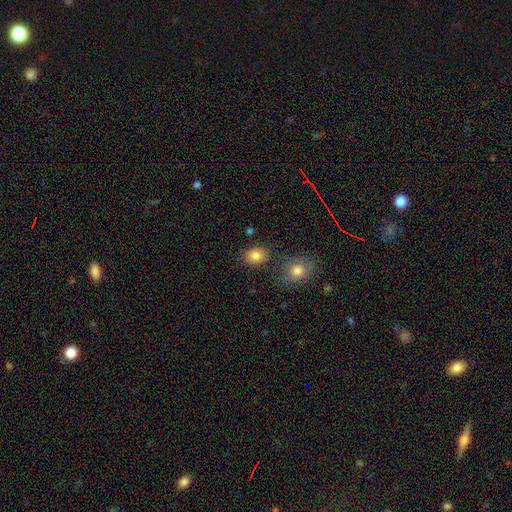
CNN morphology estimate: This appears to be a smooth galaxy with no disk features (83%) that is in between round and cigar-shaped (55%). Merging: none (78%).